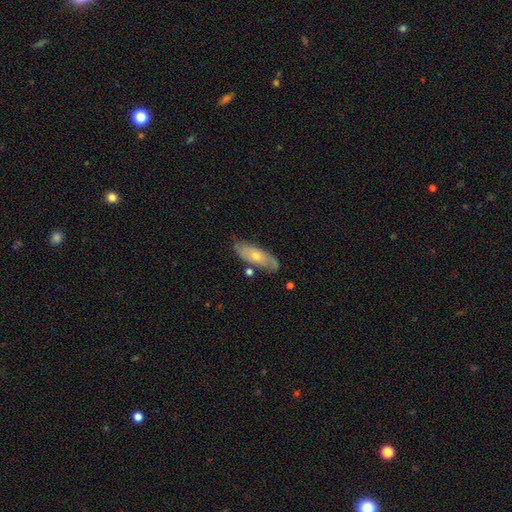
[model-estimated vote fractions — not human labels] Q: Smooth or featured?
A: featured or disk (52%); runner-up: smooth (41%)
Q: Edge-on disk?
A: no (75%); runner-up: yes (25%)
Q: Merging?
A: none (76%); runner-up: minor disturbance (16%)